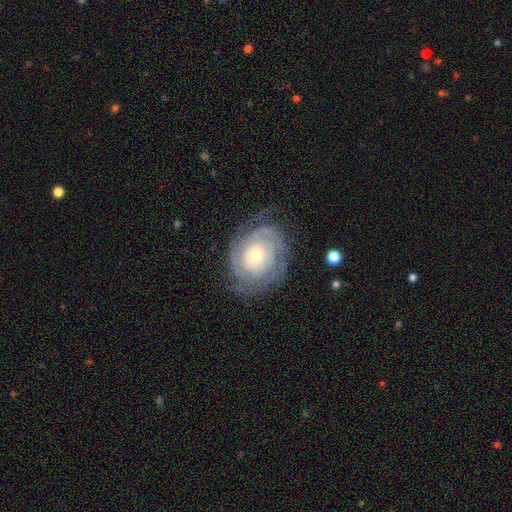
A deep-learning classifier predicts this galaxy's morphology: featured or disk 81%, smooth 13%, star or artifact 6%. Down the decision tree: edge-on disk — no (97%); bar — no (79%); spiral arms — yes (90%); spiral arm count — can't tell (37%); spiral winding — tight (76%); bulge size — small (58%); merging — none (72%).